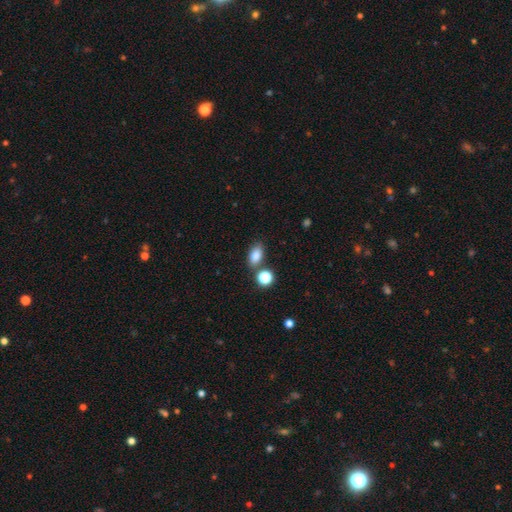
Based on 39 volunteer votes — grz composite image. It shows a smooth galaxy with no disk features (92%) that is in between round and cigar-shaped (89%). Merging: none (86%).